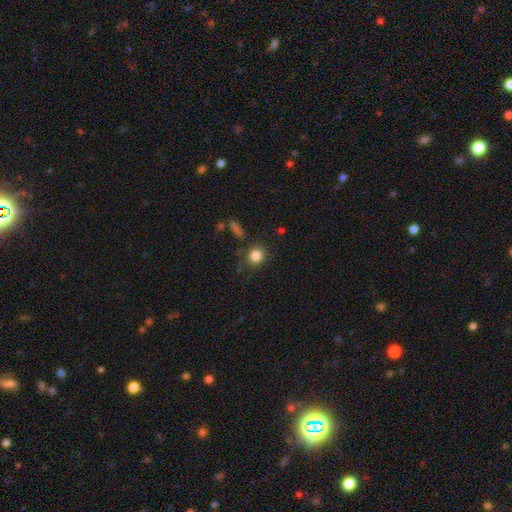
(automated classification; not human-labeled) A smooth galaxy with no disk features (83%) that is round (82%).

Vote fractions:
- Smooth or featured? smooth: 83% / star or artifact: 10% / featured or disk: 6%
- How rounded? round: 82% / in between: 17% / cigar-shaped: 1%
- Merging? none: 80% / minor disturbance: 13% / major disturbance: 4% / merger: 3%